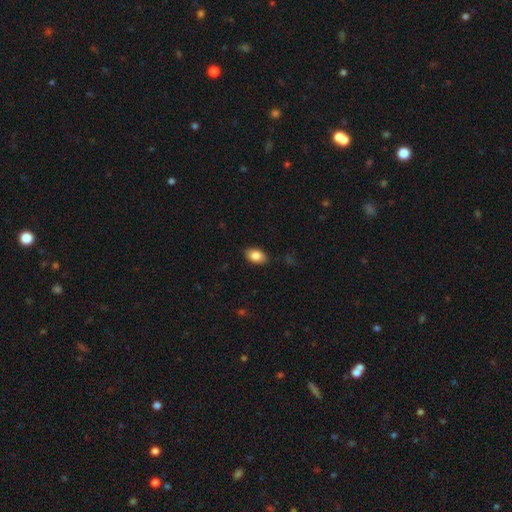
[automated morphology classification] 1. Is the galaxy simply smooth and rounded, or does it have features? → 84% smooth, 9% featured or disk, 8% star or artifact.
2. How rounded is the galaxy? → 89% in between, 10% round, 1% cigar-shaped.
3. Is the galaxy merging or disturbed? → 87% none, 10% minor disturbance, 2% major disturbance, 1% merger.